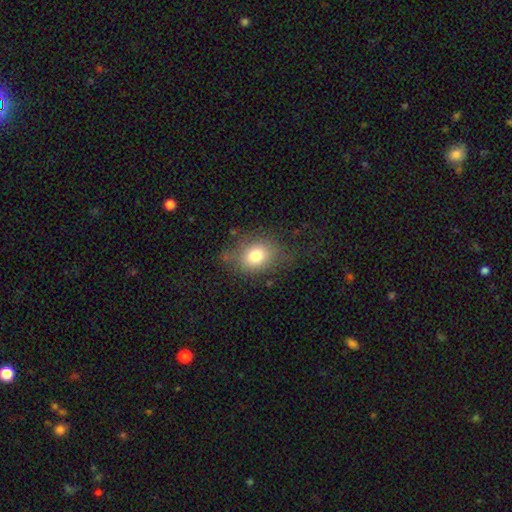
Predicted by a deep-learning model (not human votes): Overall: smooth (77%). How rounded: in between (55%; round 44%). Merging: none (69%).